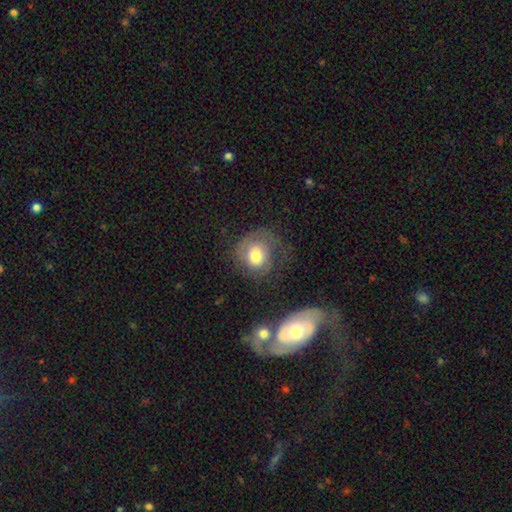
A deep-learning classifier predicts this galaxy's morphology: This appears to be a smooth galaxy with no disk features (50%). Merging: none (55%).